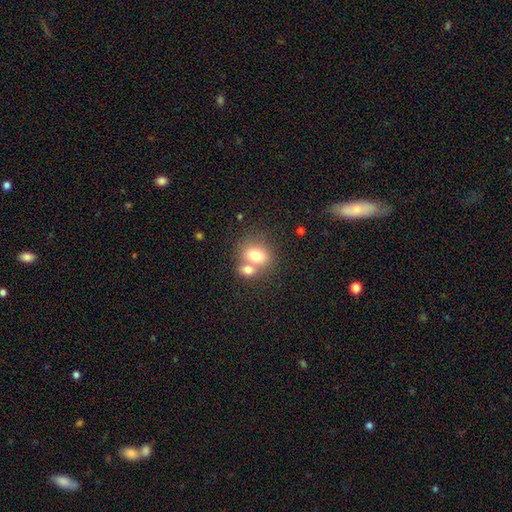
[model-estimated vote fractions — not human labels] Smooth or featured: smooth — 76% (featured or disk — 15%)
How rounded: round — 50% (in between — 49%)
Merging: merger — 50% (none — 38%)